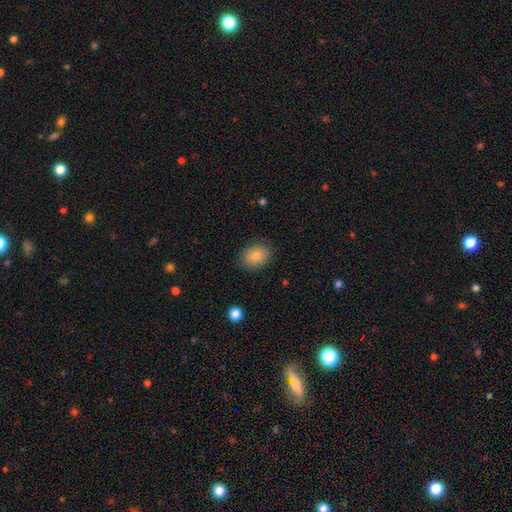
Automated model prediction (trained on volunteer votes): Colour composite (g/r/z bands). It shows a smooth galaxy with no disk features (81%) that is in between round and cigar-shaped (67%). Merging: none (86%).